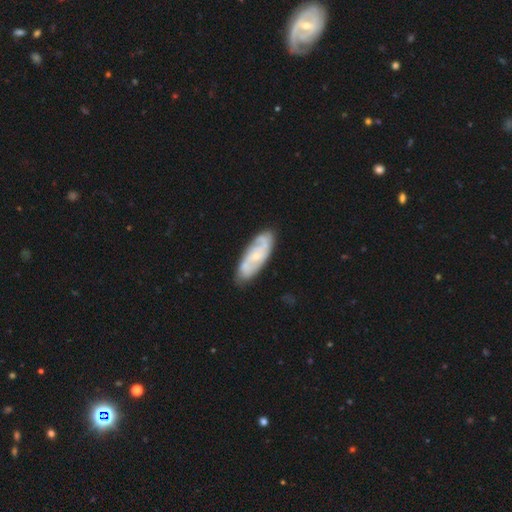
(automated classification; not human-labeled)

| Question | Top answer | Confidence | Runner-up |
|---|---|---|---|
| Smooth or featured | featured or disk | 71% | smooth (24%) |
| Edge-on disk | no | 89% | yes (11%) |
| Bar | no | 60% | weak (33%) |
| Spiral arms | yes | 89% | no (11%) |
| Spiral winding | tight | 42% | medium (41%) |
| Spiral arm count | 2 | 51% | can't tell (27%) |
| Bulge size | small | 68% | moderate (25%) |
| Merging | none | 80% | minor disturbance (15%) |